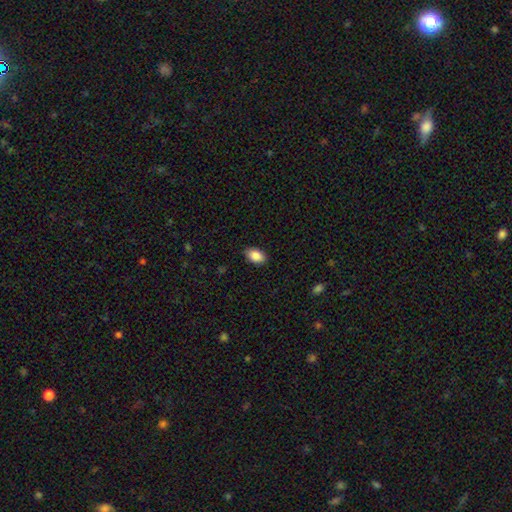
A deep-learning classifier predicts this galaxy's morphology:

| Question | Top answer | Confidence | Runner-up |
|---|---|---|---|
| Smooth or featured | smooth | 88% | star or artifact (7%) |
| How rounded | in between | 90% | round (8%) |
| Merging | none | 87% | minor disturbance (10%) |